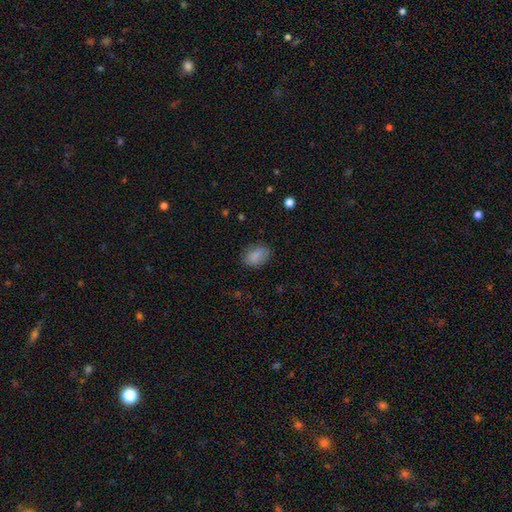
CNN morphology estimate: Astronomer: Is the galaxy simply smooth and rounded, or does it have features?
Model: smooth — 85%.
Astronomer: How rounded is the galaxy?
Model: in between — 83%.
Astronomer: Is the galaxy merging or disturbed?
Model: none — 79%.